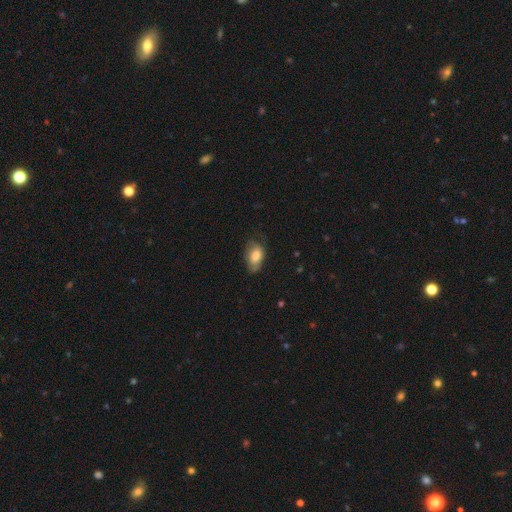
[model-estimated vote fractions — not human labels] The model was most divided on "merging": none: 55%, minor disturbance: 32%, major disturbance: 11%, merger: 1%. More confident: how rounded — in between (89%); smooth or featured — smooth (75%).